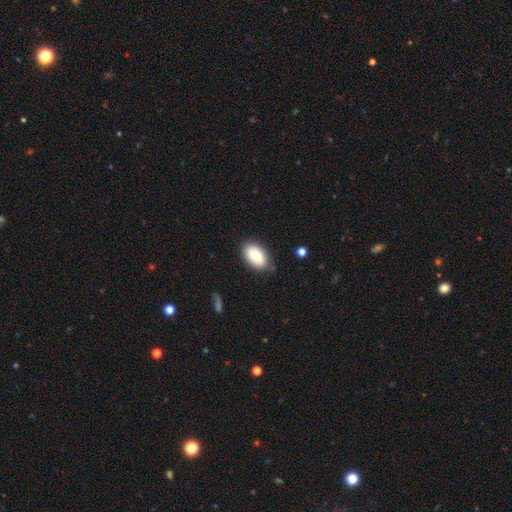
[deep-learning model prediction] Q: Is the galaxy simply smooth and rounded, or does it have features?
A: smooth — 79%.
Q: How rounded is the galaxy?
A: in between — 92%.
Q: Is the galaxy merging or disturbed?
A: none — 78%.